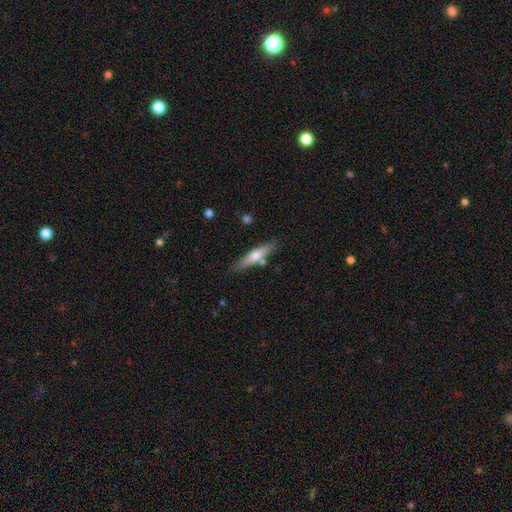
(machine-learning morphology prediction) Q: Smooth or featured?
A: smooth (53%); runner-up: featured or disk (41%)
Q: How rounded?
A: cigar-shaped (82%); runner-up: in between (16%)
Q: Merging?
A: none (78%); runner-up: minor disturbance (13%)